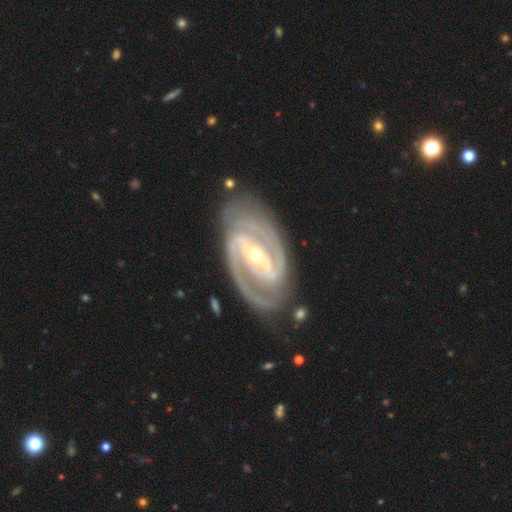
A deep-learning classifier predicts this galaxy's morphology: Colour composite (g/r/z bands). It shows a featured or disk galaxy (93%) with a strong bar (65%), 2 (83%) tight (56%) spiral arms (98%) and a small central bulge (58%). Merging: none (78%).